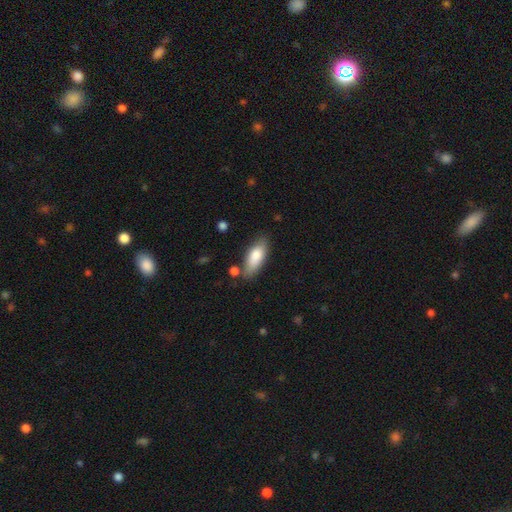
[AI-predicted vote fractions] Q: Smooth or featured?
A: smooth (80%); runner-up: featured or disk (14%)
Q: How rounded?
A: in between (75%); runner-up: cigar-shaped (23%)
Q: Merging?
A: none (72%); runner-up: minor disturbance (18%)